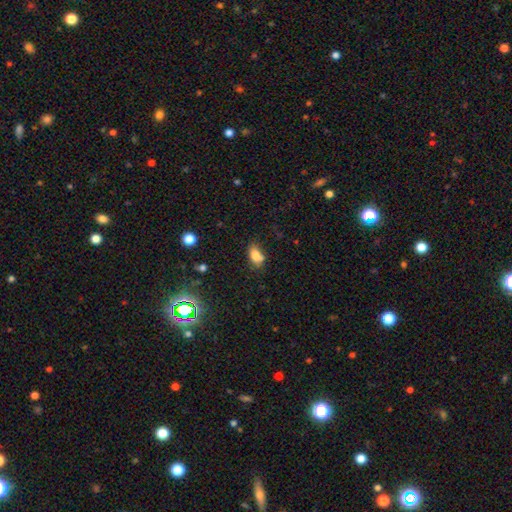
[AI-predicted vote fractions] This is likely a smooth galaxy (77%). How rounded: clearly in between (83%). Merging: possibly none (57%).